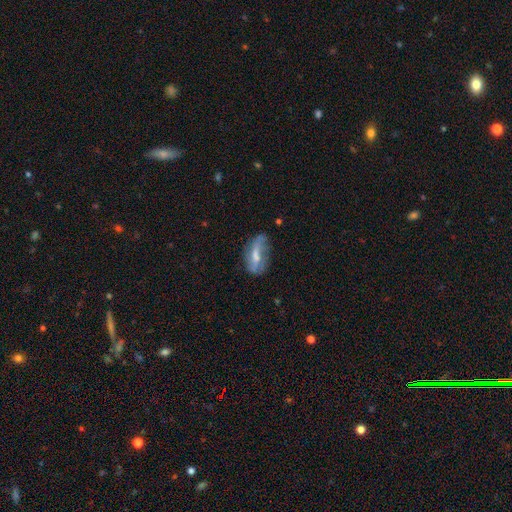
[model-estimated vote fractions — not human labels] smooth_or_featured: featured or disk (p=0.49) [alt: smooth p=0.43]
merging: none (p=0.49) [alt: minor disturbance p=0.31]